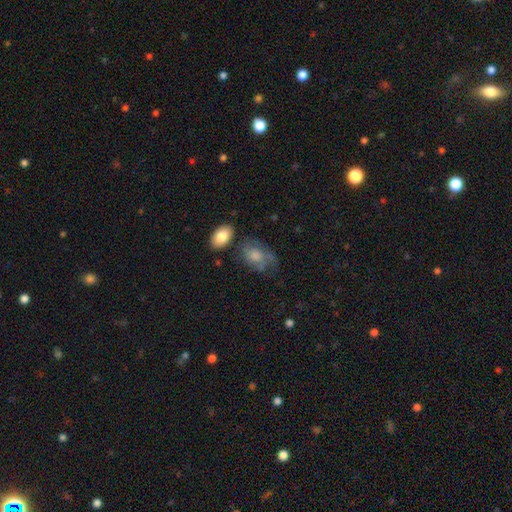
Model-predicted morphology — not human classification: Smooth or featured?
  - smooth: 65% *
  - featured or disk: 27%
  - star or artifact: 8%
How rounded?
  - in between: 79% *
  - round: 20%
  - cigar-shaped: 2%
Merging?
  - none: 40% *
  - minor disturbance: 29%
  - major disturbance: 24%
  - merger: 6%